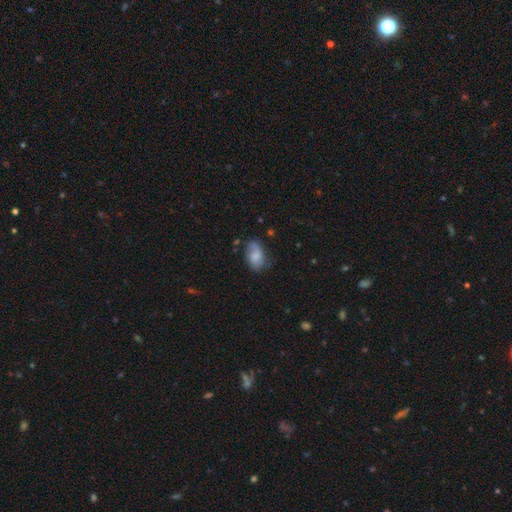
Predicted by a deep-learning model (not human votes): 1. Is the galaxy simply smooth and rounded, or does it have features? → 67% smooth, 24% featured or disk, 8% star or artifact.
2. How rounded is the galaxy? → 89% in between, 9% round, 2% cigar-shaped.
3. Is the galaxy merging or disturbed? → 56% none, 30% minor disturbance, 10% major disturbance, 3% merger.